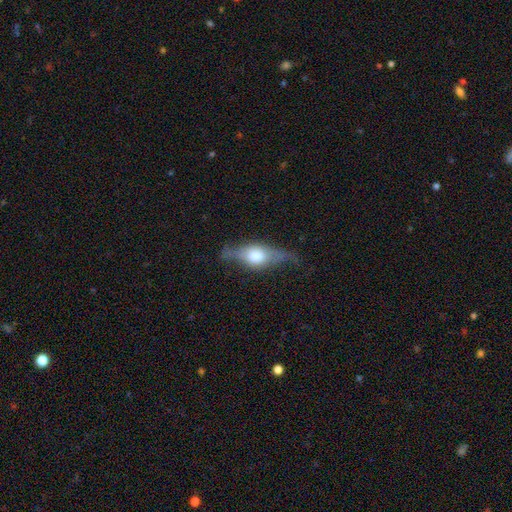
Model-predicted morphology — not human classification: type=featured or disk (62%); edge-on=yes (83%); edge-on bulge=rounded (90%); merging=none (59%).